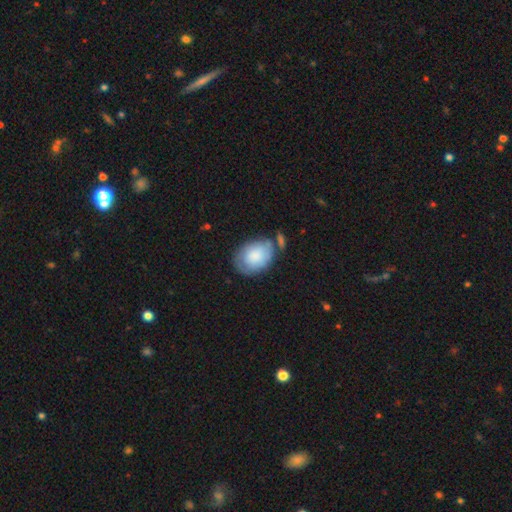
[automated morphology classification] smooth-or-featured: smooth: 79% | featured or disk: 15% | star or artifact: 6%
  how-rounded: in between: 72% | round: 27% | cigar-shaped: 1%
  merging: none: 56% | minor disturbance: 23% | merger: 13% | major disturbance: 8%